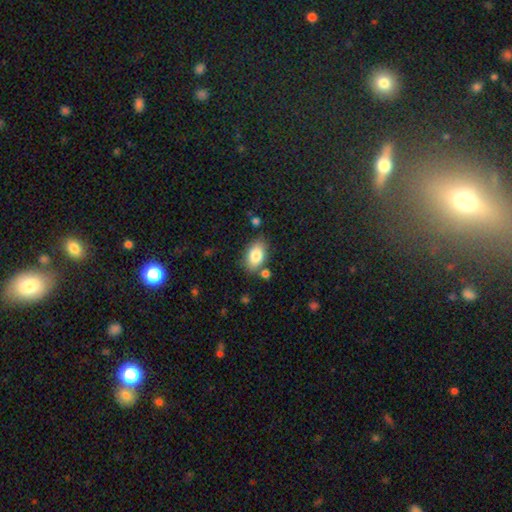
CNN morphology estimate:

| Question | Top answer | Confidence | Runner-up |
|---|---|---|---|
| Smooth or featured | smooth | 83% | featured or disk (9%) |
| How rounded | in between | 90% | round (8%) |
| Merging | none | 75% | minor disturbance (14%) |